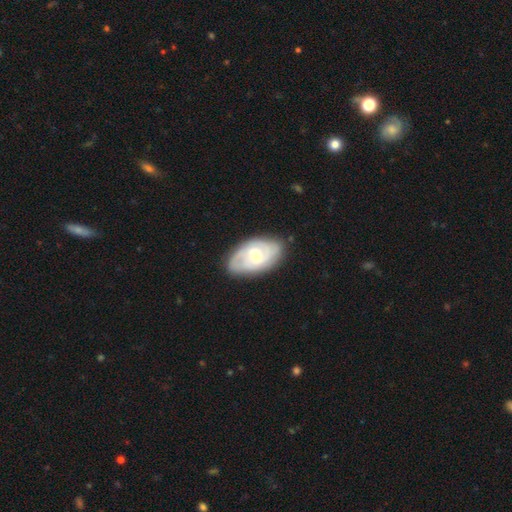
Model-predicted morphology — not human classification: A featured or disk galaxy (68%) with no bar (53%), 2 (42%) tight (52%) spiral arms (87%) and a moderate central bulge (51%).

Vote fractions:
- Smooth or featured? featured or disk: 68% / smooth: 27% / star or artifact: 5%
- Edge-on disk? no: 95% / yes: 5%
- Bar? no: 53% / weak: 39% / strong: 7%
- Spiral arms? yes: 87% / no: 13%
- Spiral winding? tight: 52% / medium: 36% / loose: 11%
- Spiral arm count? 2: 42% / can't tell: 32% / 3: 15% / 1: 4% / 4: 4% / more than 4: 3%
- Bulge size? moderate: 51% / small: 43% / large: 4% / none: 2% / dominant: 1%
- Merging? none: 78% / minor disturbance: 17% / major disturbance: 4% / merger: 1%